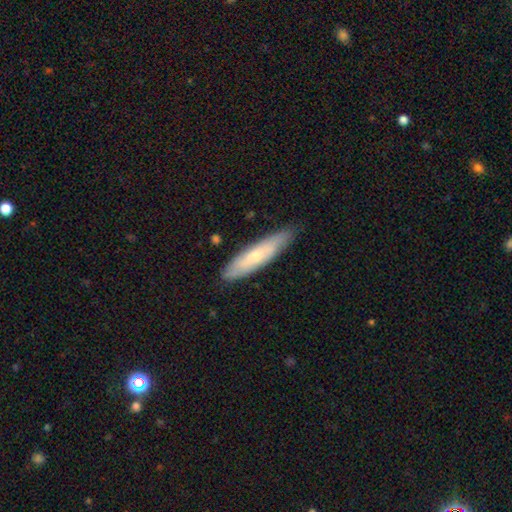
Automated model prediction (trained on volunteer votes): smooth-or-featured: smooth: 59% | featured or disk: 35% | star or artifact: 6%
  how-rounded: cigar-shaped: 79% | in between: 20% | round: 1%
  merging: none: 83% | minor disturbance: 14% | major disturbance: 2% | merger: 1%